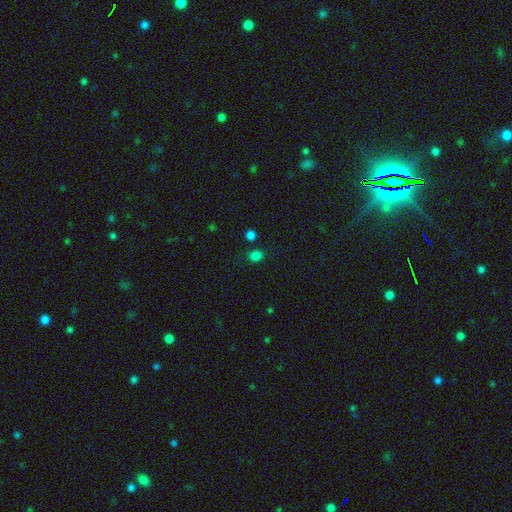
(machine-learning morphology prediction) smooth-or-featured: smooth: 80% | star or artifact: 17% | featured or disk: 4%
  how-rounded: round: 69% | in between: 30% | cigar-shaped: 1%
  merging: none: 82% | minor disturbance: 10% | merger: 6% | major disturbance: 3%